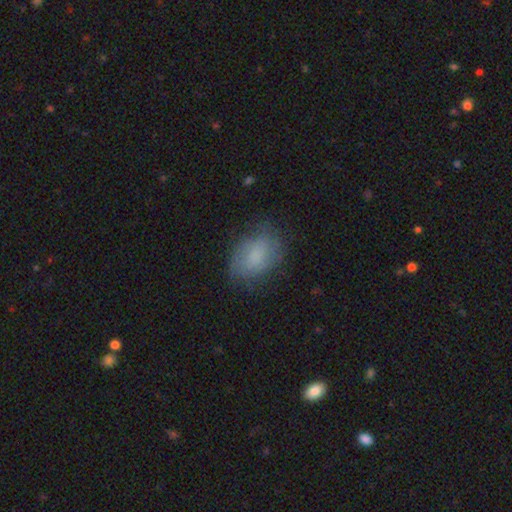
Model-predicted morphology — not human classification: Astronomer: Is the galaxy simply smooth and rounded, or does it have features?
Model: smooth — 73%.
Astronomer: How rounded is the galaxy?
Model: in between — 81%.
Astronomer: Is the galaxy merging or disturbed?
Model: none — 67%.